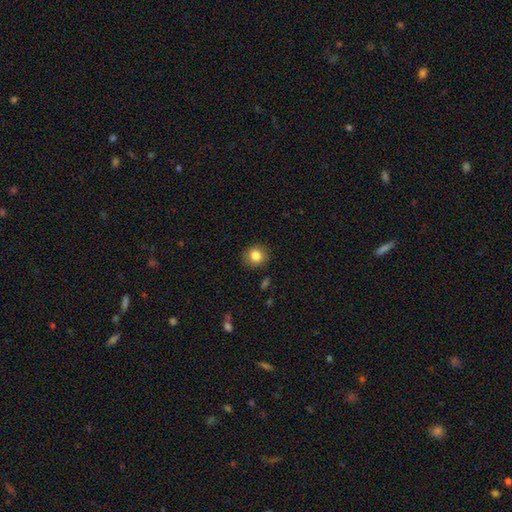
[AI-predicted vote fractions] Q: Smooth or featured?
A: smooth (82%); runner-up: star or artifact (9%)
Q: How rounded?
A: round (80%); runner-up: in between (19%)
Q: Merging?
A: none (88%); runner-up: minor disturbance (9%)